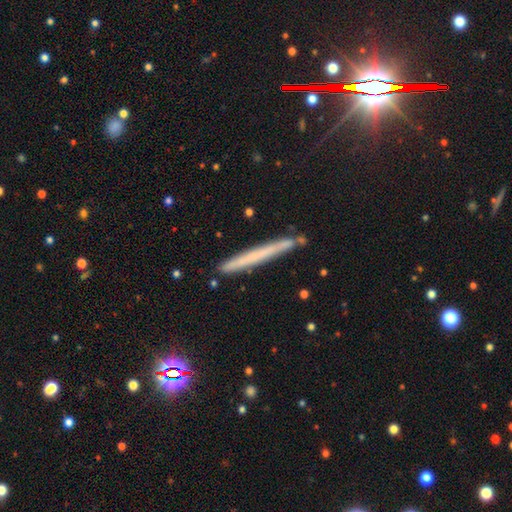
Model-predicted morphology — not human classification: smooth-or-featured: smooth: 45% | featured or disk: 41% | star or artifact: 14%
  merging: none: 86% | minor disturbance: 11% | major disturbance: 2% | merger: 2%